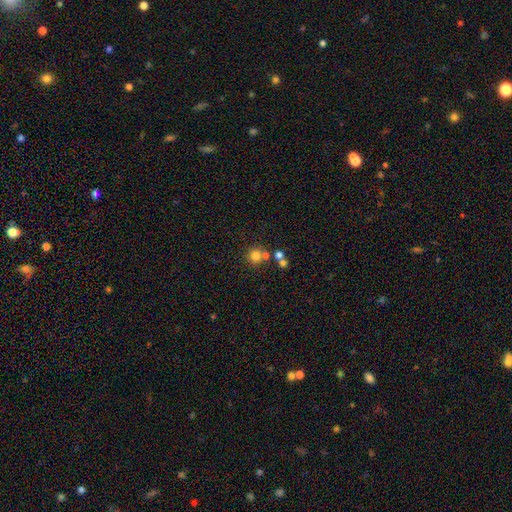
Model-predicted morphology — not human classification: Overall: smooth (75%). How rounded: round (92%). Merging: none (66%).